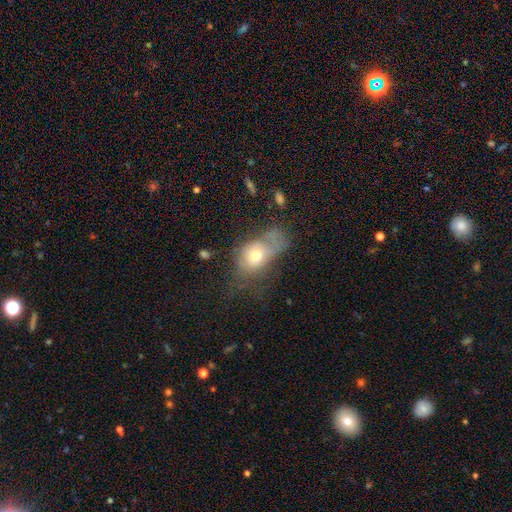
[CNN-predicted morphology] Smooth or featured? Predicted: smooth (p=0.62). How rounded? Predicted: in between (p=0.72). Merging? Predicted: major disturbance (p=0.50).